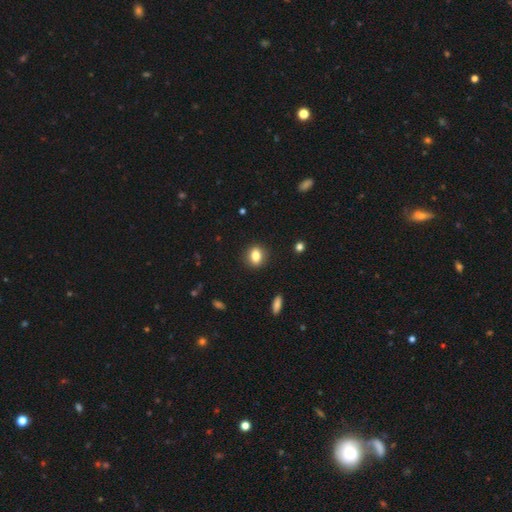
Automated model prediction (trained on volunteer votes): Smooth or featured?
  - smooth: 83% *
  - star or artifact: 9%
  - featured or disk: 8%
How rounded?
  - in between: 54% *
  - round: 44%
  - cigar-shaped: 2%
Merging?
  - none: 89% *
  - minor disturbance: 8%
  - major disturbance: 2%
  - merger: 1%